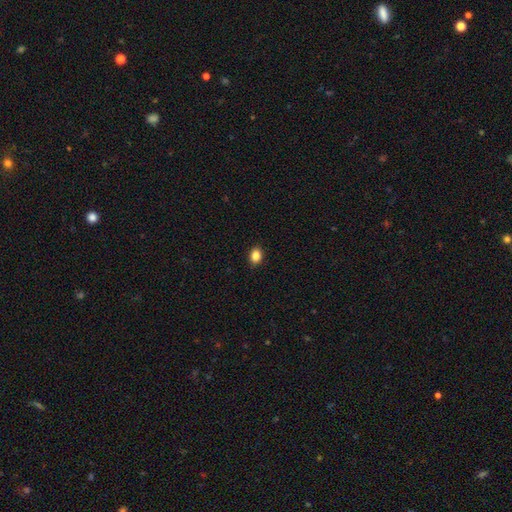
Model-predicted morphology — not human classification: Overall: smooth (86%). How rounded: in between (65%; round 34%). Merging: none (90%).